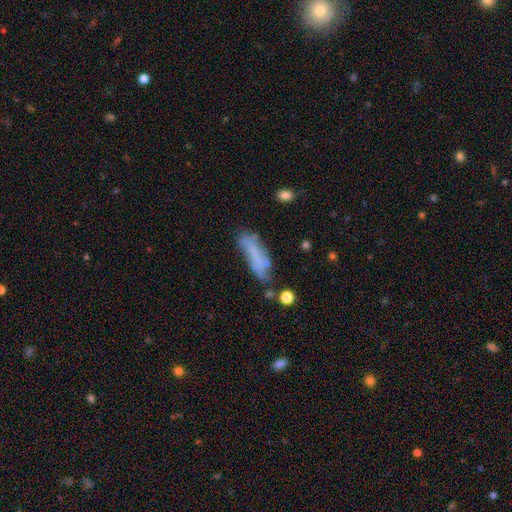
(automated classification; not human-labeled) Smooth or featured?
  - smooth: 62% *
  - featured or disk: 27%
  - star or artifact: 11%
How rounded?
  - cigar-shaped: 63% *
  - in between: 35%
  - round: 2%
Merging?
  - none: 46% *
  - minor disturbance: 29%
  - major disturbance: 17%
  - merger: 8%